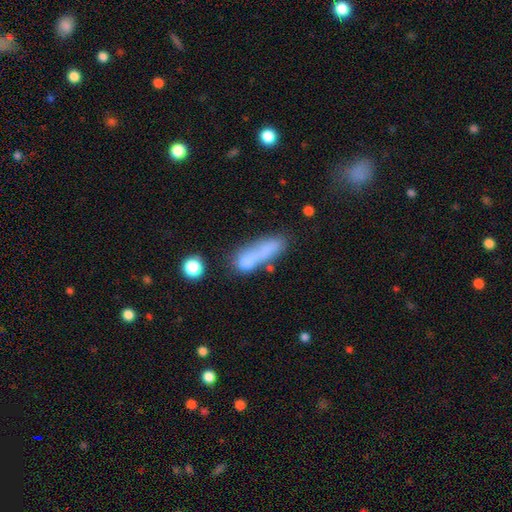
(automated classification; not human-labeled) smooth_or_featured: smooth (p=0.70) [alt: featured or disk p=0.19]
how_rounded: cigar-shaped (p=0.63) [alt: in between p=0.33]
merging: none (p=0.45) [alt: merger p=0.24]